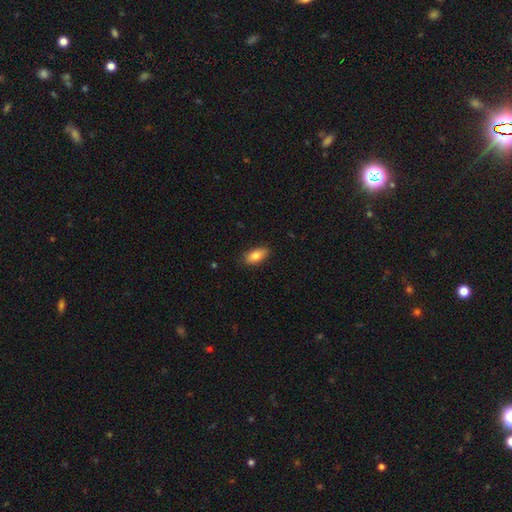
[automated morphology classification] smooth 83%, featured or disk 10%, star or artifact 7%. Down the decision tree: how rounded — in between (89%); merging — none (86%).